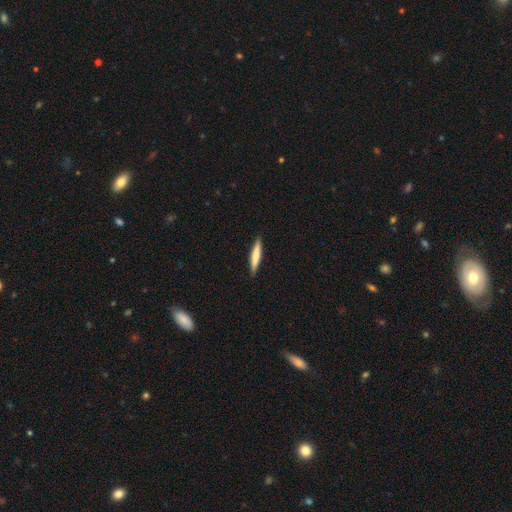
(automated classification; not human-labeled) Smooth or featured? Predicted: smooth (p=0.66). How rounded? Predicted: cigar-shaped (p=0.90). Merging? Predicted: none (p=0.90).